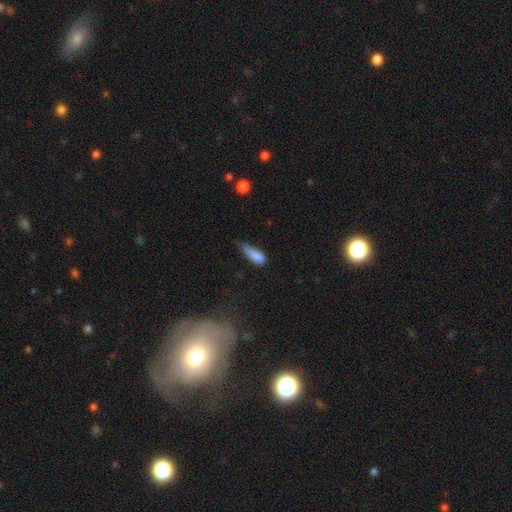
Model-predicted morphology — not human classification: Smooth or featured? Predicted: smooth (p=0.84). How rounded? Predicted: in between (p=0.57). Merging? Predicted: minor disturbance (p=0.48).